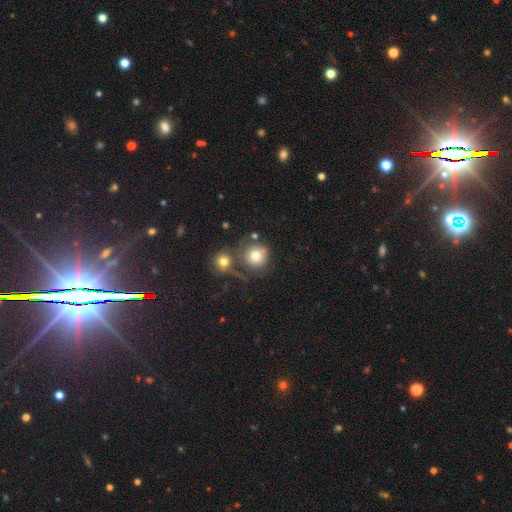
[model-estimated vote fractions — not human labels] A smooth galaxy with no disk features (77%) that is round (90%). Merging: none (53%).